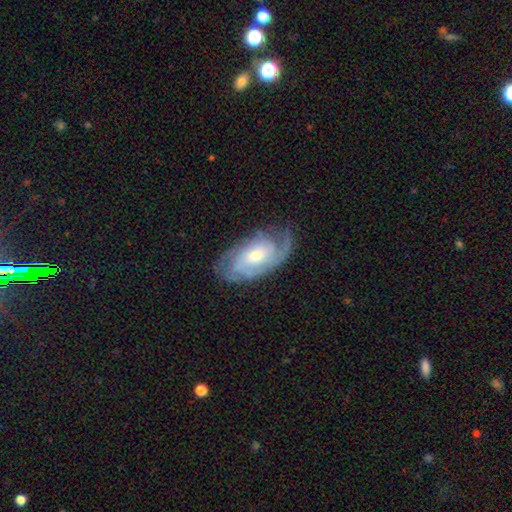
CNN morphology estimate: A featured or disk galaxy (81%) with no bar (64%), 2 (33%) tight (58%) spiral arms (94%) and a moderate central bulge (57%). Merging: none (72%).